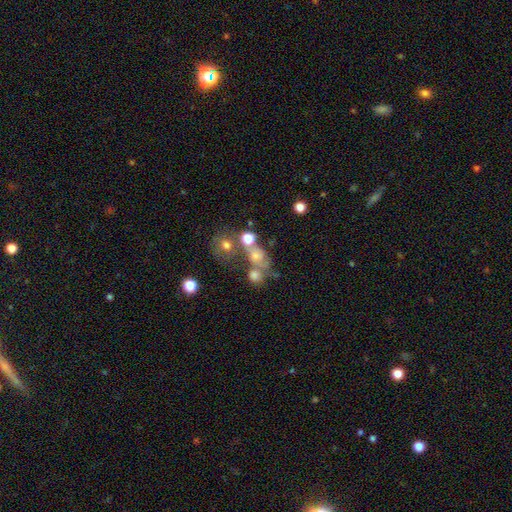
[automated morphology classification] smooth_or_featured: smooth (p=0.46) [alt: featured or disk p=0.30]
merging: merger (p=0.37) [alt: none p=0.33]